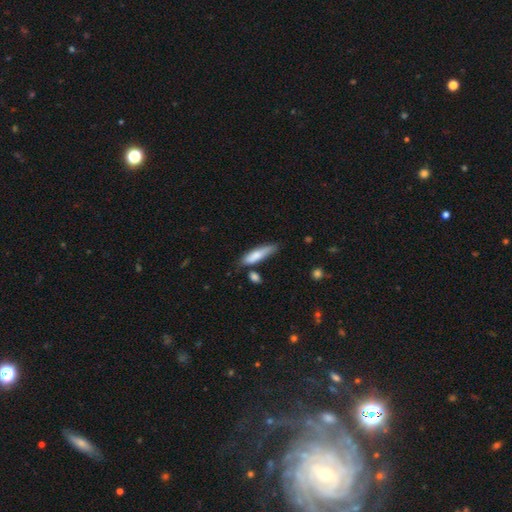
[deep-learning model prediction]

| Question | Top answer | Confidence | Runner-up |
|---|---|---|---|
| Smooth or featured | smooth | 78% | featured or disk (16%) |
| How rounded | cigar-shaped | 68% | in between (30%) |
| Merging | none | 56% | minor disturbance (28%) |